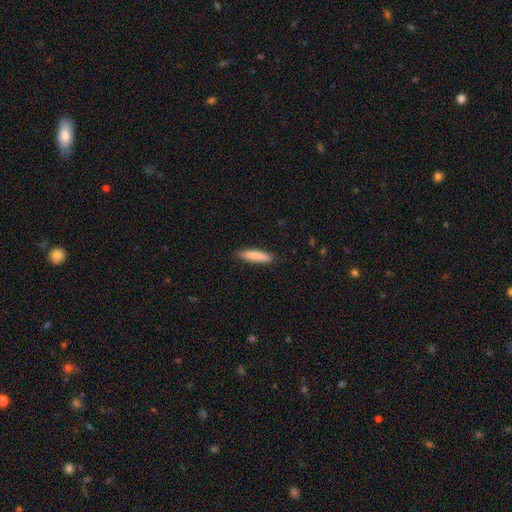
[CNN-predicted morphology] A smooth galaxy with no disk features (86%) that is cigar-shaped (77%).

Vote fractions:
- Smooth or featured? smooth: 86% / featured or disk: 8% / star or artifact: 6%
- How rounded? cigar-shaped: 77% / in between: 21% / round: 1%
- Merging? none: 83% / minor disturbance: 14% / major disturbance: 2% / merger: 1%